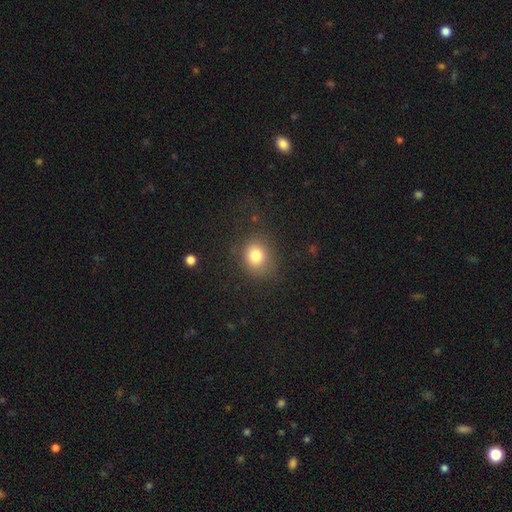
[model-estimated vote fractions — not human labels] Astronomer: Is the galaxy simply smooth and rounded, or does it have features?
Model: smooth — 80%.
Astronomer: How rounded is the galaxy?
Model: round — 65%.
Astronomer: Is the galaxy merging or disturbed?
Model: none — 75%.